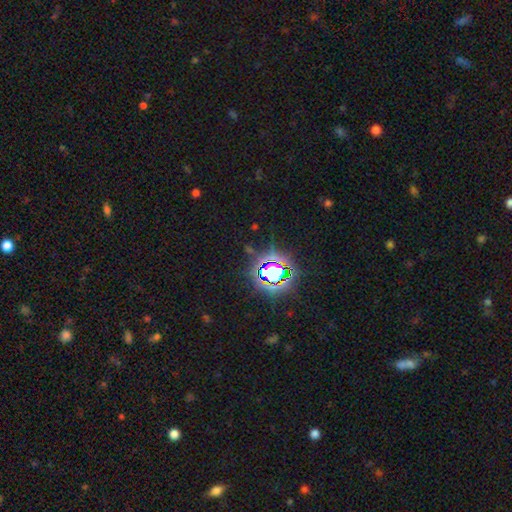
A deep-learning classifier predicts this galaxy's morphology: type=star or artifact (79%).